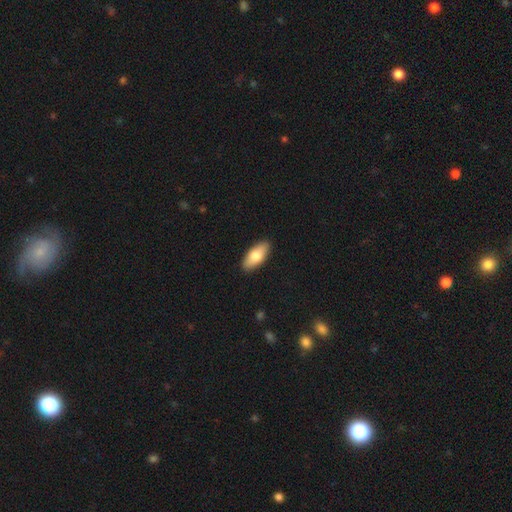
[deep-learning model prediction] Smooth or featured?
  - smooth: 76% *
  - featured or disk: 19%
  - star or artifact: 6%
How rounded?
  - in between: 86% *
  - cigar-shaped: 11%
  - round: 2%
Merging?
  - none: 90% *
  - minor disturbance: 7%
  - major disturbance: 2%
  - merger: 1%